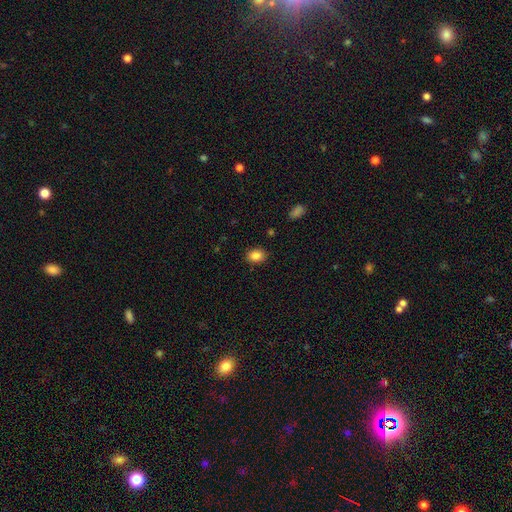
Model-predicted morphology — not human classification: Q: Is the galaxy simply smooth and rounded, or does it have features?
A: smooth — 85%.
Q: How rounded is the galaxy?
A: in between — 70%.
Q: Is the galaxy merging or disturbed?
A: none — 87%.